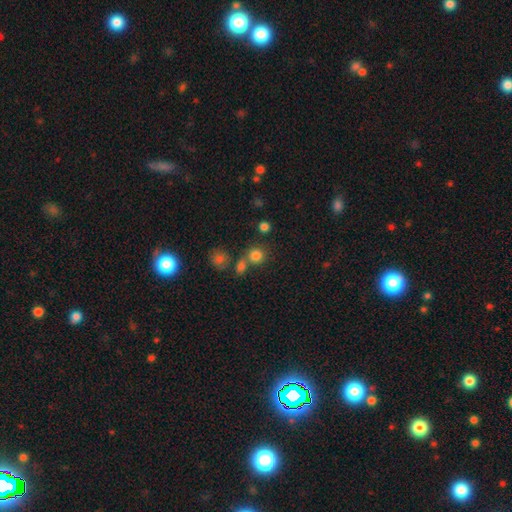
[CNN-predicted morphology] smooth-or-featured: smooth: 80% | star or artifact: 14% | featured or disk: 6%
  how-rounded: round: 87% | in between: 12% | cigar-shaped: 1%
  merging: none: 63% | merger: 24% | minor disturbance: 9% | major disturbance: 4%